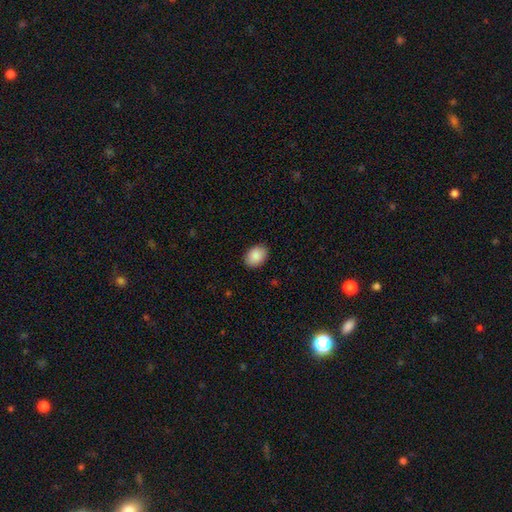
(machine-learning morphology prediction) Smooth or featured?
  - smooth: 89% *
  - star or artifact: 7%
  - featured or disk: 4%
How rounded?
  - in between: 74% *
  - round: 25%
  - cigar-shaped: 1%
Merging?
  - none: 89% *
  - minor disturbance: 8%
  - major disturbance: 2%
  - merger: 1%